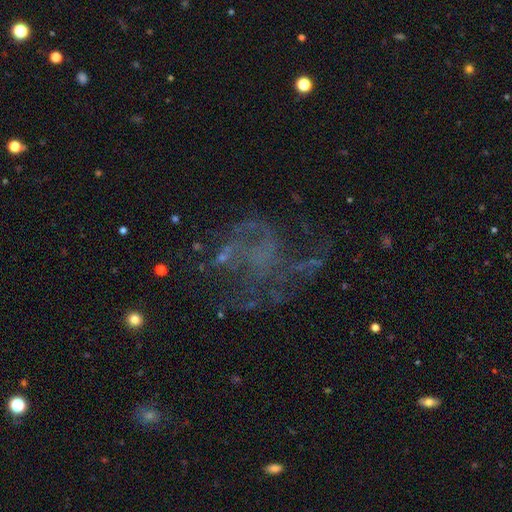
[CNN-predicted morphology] Q: Smooth or featured?
A: featured or disk (58%); runner-up: star or artifact (28%)
Q: Edge-on disk?
A: no (97%); runner-up: yes (3%)
Q: Bar?
A: no (80%); runner-up: weak (15%)
Q: Spiral arms?
A: yes (53%); runner-up: no (47%)
Q: Bulge size?
A: none (72%); runner-up: small (16%)
Q: Merging?
A: none (48%); runner-up: major disturbance (33%)